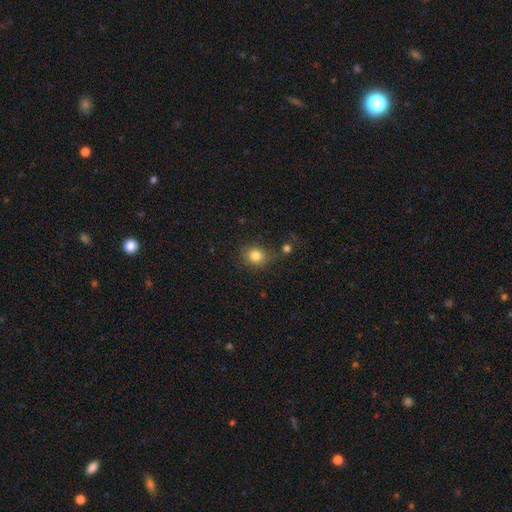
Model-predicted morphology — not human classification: type=smooth (82%); roundness=round (79%); merging=none (76%).